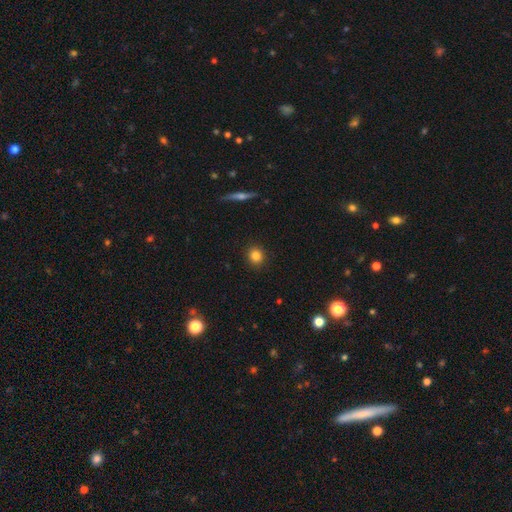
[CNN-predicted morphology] smooth-or-featured: smooth: 84% | star or artifact: 10% | featured or disk: 6%
  how-rounded: round: 88% | in between: 10% | cigar-shaped: 1%
  merging: none: 91% | minor disturbance: 6% | major disturbance: 2% | merger: 1%